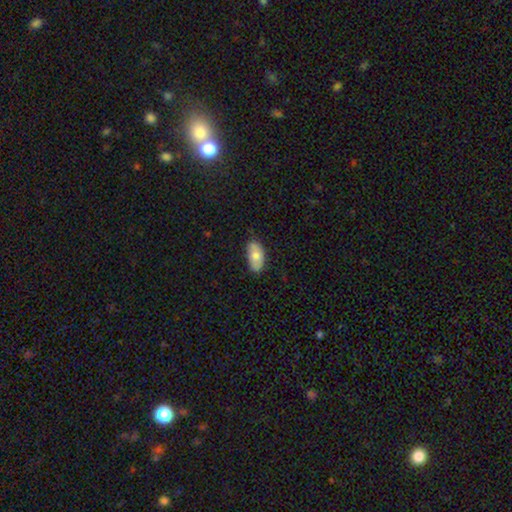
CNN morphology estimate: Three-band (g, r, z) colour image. It shows a smooth galaxy with no disk features (73%) that is in between round and cigar-shaped (94%). Merging: none (77%).